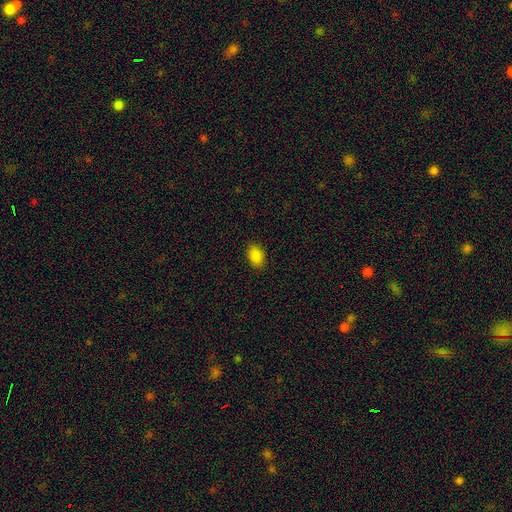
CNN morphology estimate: Q: Smooth or featured?
A: smooth (87%); runner-up: star or artifact (10%)
Q: How rounded?
A: in between (86%); runner-up: round (12%)
Q: Merging?
A: none (87%); runner-up: minor disturbance (9%)